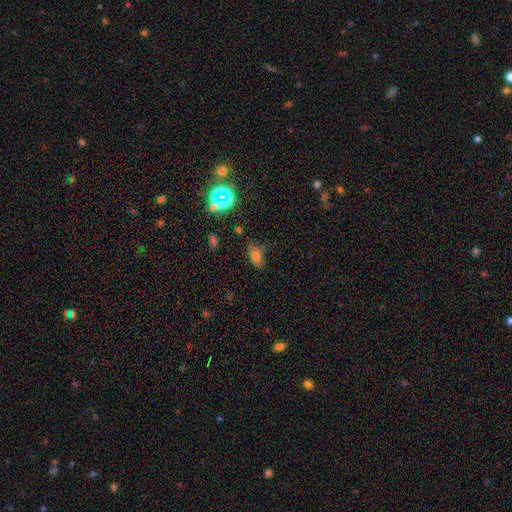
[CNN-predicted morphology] A smooth galaxy with no disk features (66%) that is in between round and cigar-shaped (83%).

Vote fractions:
- Smooth or featured? smooth: 66% / star or artifact: 22% / featured or disk: 11%
- How rounded? in between: 83% / cigar-shaped: 9% / round: 8%
- Merging? none: 64% / minor disturbance: 24% / major disturbance: 8% / merger: 4%